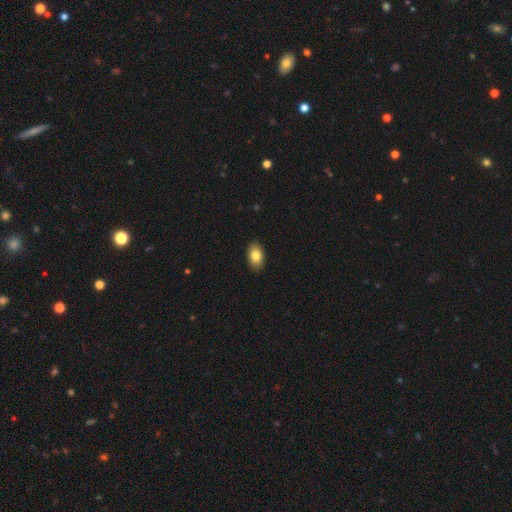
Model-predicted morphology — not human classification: smooth-or-featured: smooth: 83% | featured or disk: 10% | star or artifact: 7%
  how-rounded: in between: 90% | round: 9% | cigar-shaped: 1%
  merging: none: 89% | minor disturbance: 8% | major disturbance: 2% | merger: 1%